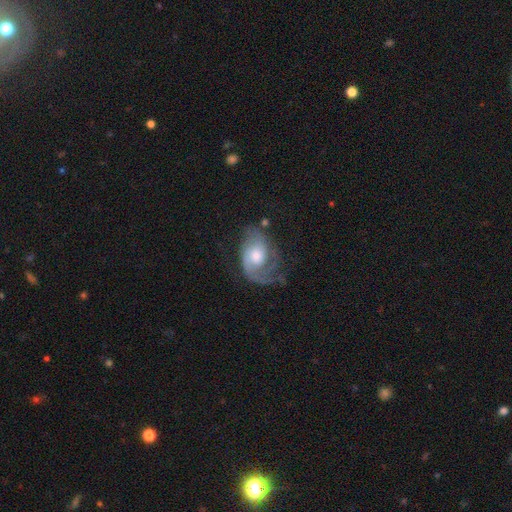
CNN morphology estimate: smooth-or-featured: featured or disk: 79% | smooth: 16% | star or artifact: 6%
  disk-edge-on: no: 97% | yes: 3%
    bar: no: 66% | weak: 29% | strong: 4%
    has-spiral-arms: yes: 92% | no: 8%
      spiral-winding: medium: 42% | tight: 34% | loose: 24%
      spiral-arm-count: 2: 45% | 1: 32% | can't tell: 14% | 3: 5% | 4: 2% | more than 4: 2%
    bulge-size: moderate: 64% | small: 17% | large: 15% | none: 2% | dominant: 2%
  merging: none: 48% | major disturbance: 25% | minor disturbance: 25% | merger: 3%